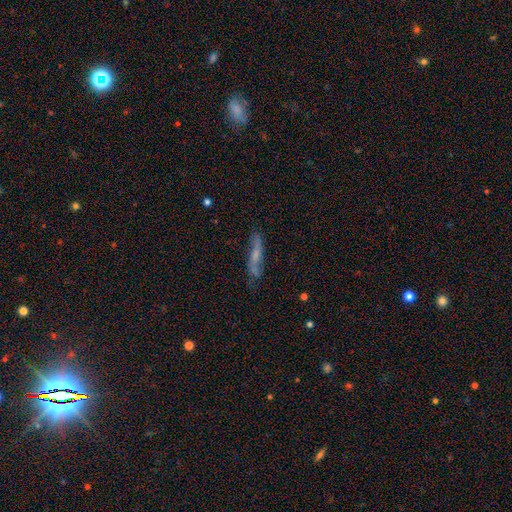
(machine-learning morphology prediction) smooth_or_featured: featured or disk (p=0.56) [alt: smooth p=0.35]
disk_edge_on: no (p=0.52) [alt: yes p=0.48]
merging: none (p=0.65) [alt: minor disturbance p=0.23]